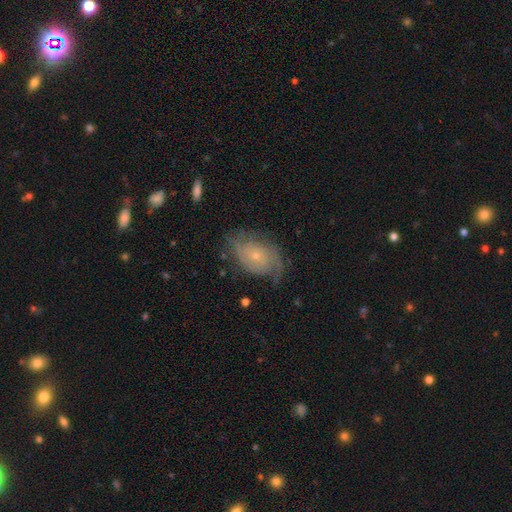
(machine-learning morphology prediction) type=featured or disk (73%); edge-on=no (96%); bar=no (78%); spiral arms=yes (90%); winding=tight (47%); arm count=2 (51%); bulge=small (75%); merging=none (67%).